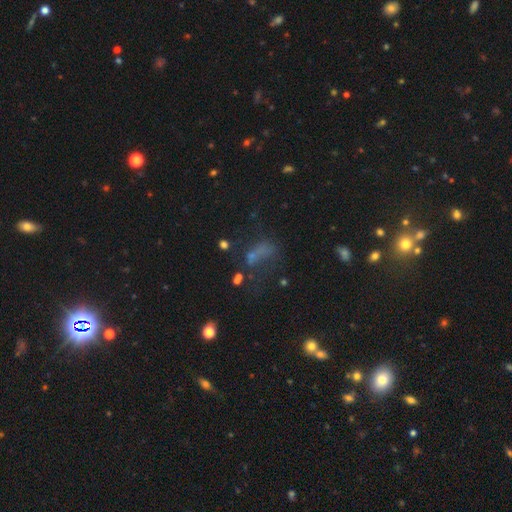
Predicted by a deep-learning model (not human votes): smooth-or-featured: smooth: 42% | star or artifact: 33% | featured or disk: 25%
  merging: none: 35% (tied) | major disturbance: 35% (tied) | minor disturbance: 17% | merger: 13%